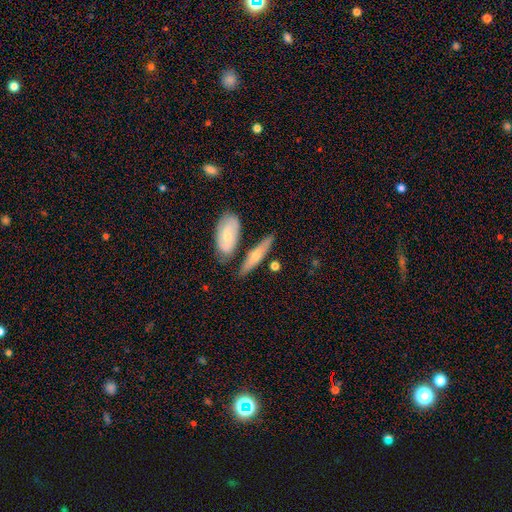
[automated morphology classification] Smooth or featured? Predicted: smooth (p=0.50). Merging? Predicted: none (p=0.71).